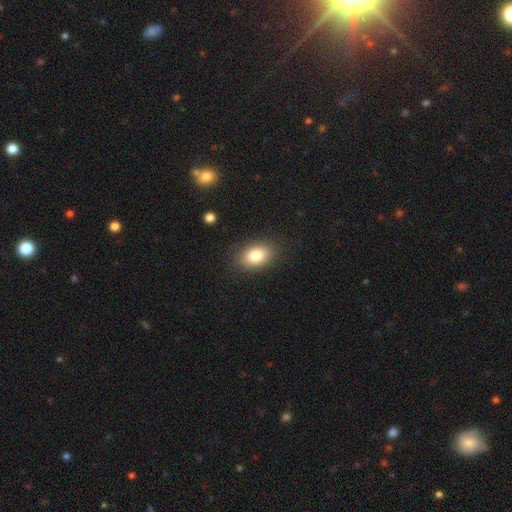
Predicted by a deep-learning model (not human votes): smooth-or-featured: smooth: 82% | featured or disk: 9% | star or artifact: 9%
  how-rounded: in between: 86% | round: 13% | cigar-shaped: 2%
  merging: none: 86% | minor disturbance: 10% | major disturbance: 3% | merger: 1%